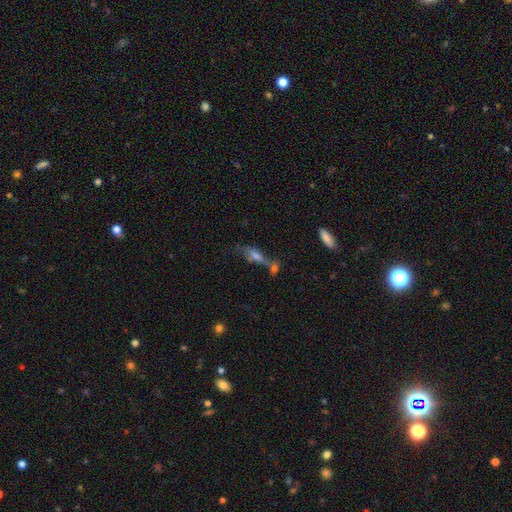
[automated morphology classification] Overall: smooth (46%; featured or disk 39%). Merging: merger (44%; none 30%).